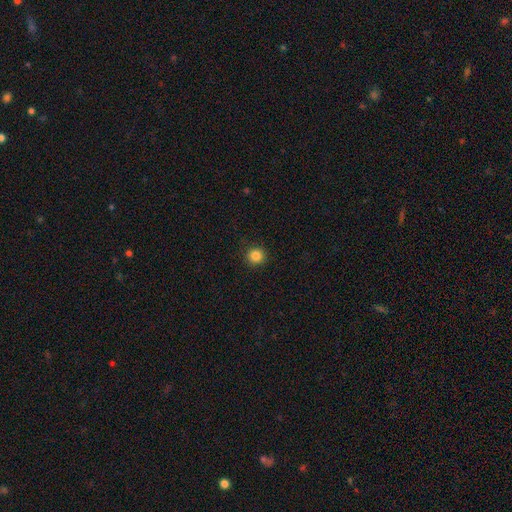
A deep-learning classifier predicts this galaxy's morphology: Smooth or featured? smooth (85%)
How rounded? round (94%)
Merging? none (92%)